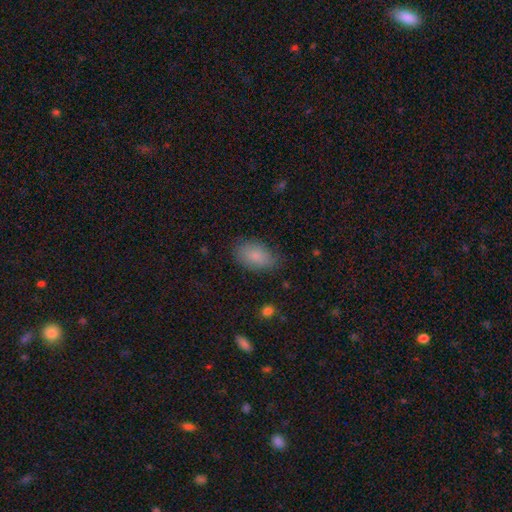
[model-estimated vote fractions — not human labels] Q: Smooth or featured?
A: smooth (84%); runner-up: featured or disk (8%)
Q: How rounded?
A: in between (92%); runner-up: round (6%)
Q: Merging?
A: none (75%); runner-up: minor disturbance (19%)